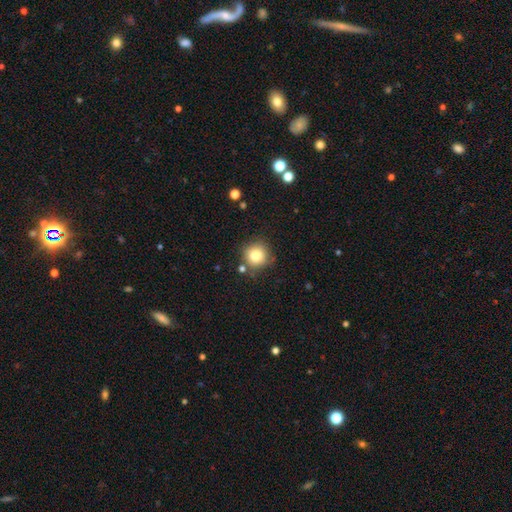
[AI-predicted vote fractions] A smooth galaxy with no disk features (81%) that is round (92%).

Vote fractions:
- Smooth or featured? smooth: 81% / star or artifact: 11% / featured or disk: 8%
- How rounded? round: 92% / in between: 7% / cigar-shaped: 1%
- Merging? none: 79% / minor disturbance: 12% / merger: 5% / major disturbance: 3%